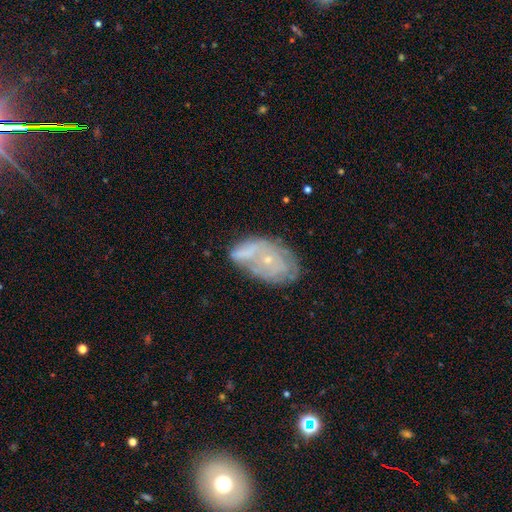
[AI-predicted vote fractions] A featured or disk galaxy (58%) with no bar (77%), spiral arms (61%) and a small central bulge (75%). Merging: none (47%).